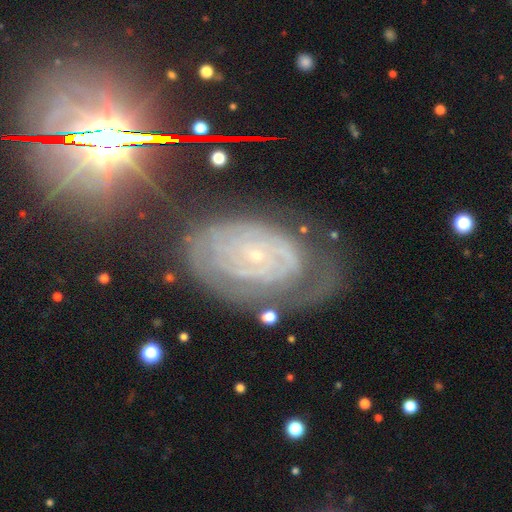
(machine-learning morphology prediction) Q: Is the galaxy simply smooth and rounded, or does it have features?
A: featured or disk — 78%.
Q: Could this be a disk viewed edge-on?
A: no — 95%.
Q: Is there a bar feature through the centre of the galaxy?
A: no — 76%.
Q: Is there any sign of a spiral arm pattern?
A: yes — 86%.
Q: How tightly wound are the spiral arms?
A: tight — 79%.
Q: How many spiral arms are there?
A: can't tell — 52%.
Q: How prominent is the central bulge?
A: small — 87%.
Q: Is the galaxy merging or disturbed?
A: none — 62%.